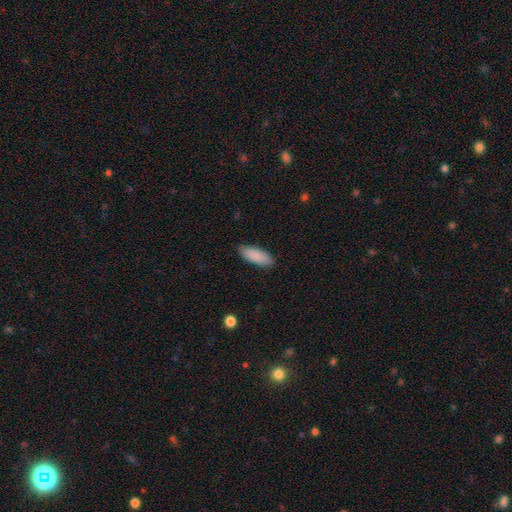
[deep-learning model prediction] This is clearly a smooth galaxy (89%). How rounded: likely in between (76%). Merging: clearly none (85%).